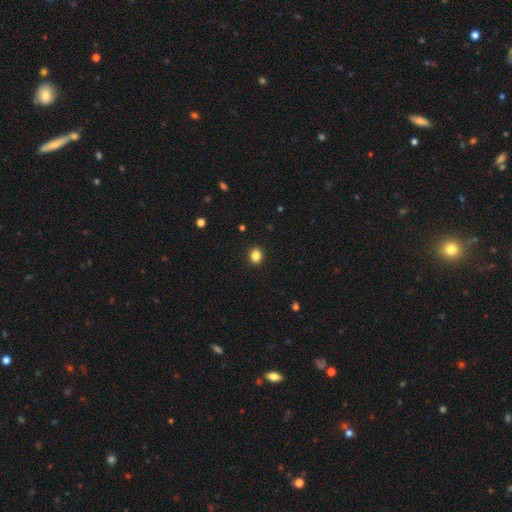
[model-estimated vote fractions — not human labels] Smooth or featured: smooth — 85% (star or artifact — 11%)
How rounded: round — 64% (in between — 36%)
Merging: none — 92% (minor disturbance — 6%)